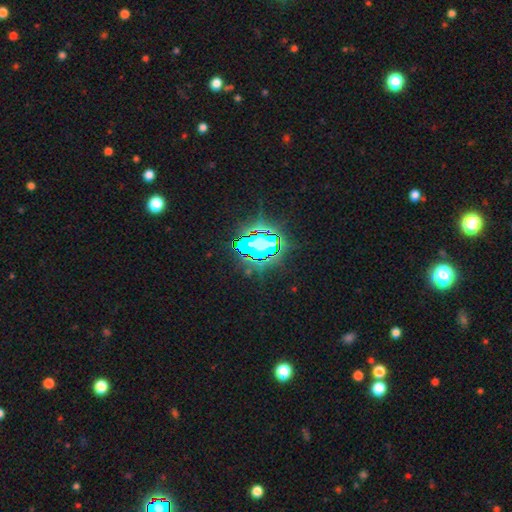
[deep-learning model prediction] Smooth or featured? Predicted: star or artifact (p=0.81).